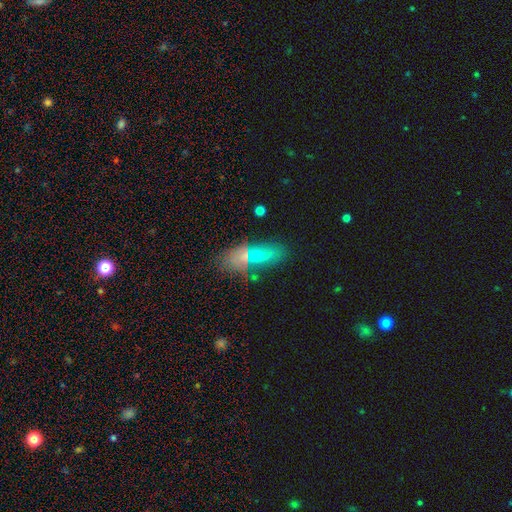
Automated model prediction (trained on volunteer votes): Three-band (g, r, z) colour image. It shows a smooth galaxy with no disk features (52%) that is in between round and cigar-shaped (67%). Merging: none (57%).